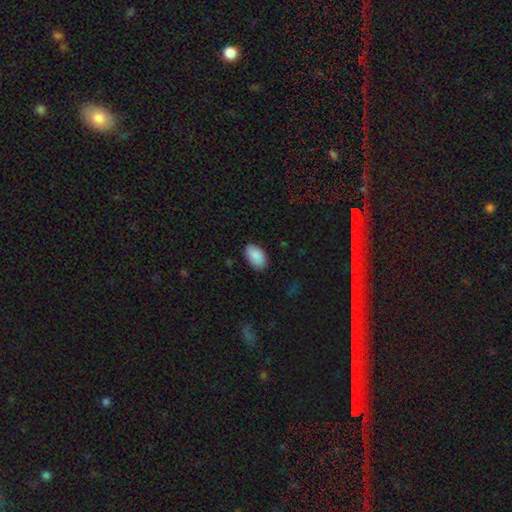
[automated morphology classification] Smooth or featured? Predicted: smooth (p=0.89). How rounded? Predicted: in between (p=0.94). Merging? Predicted: none (p=0.84).